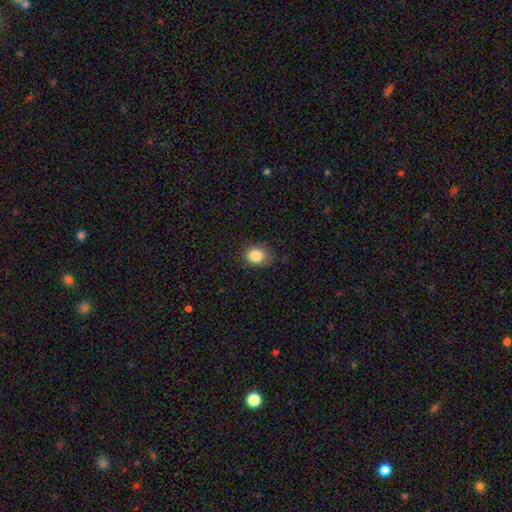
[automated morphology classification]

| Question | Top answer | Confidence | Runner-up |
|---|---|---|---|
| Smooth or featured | smooth | 85% | star or artifact (9%) |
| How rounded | round | 58% | in between (41%) |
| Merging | none | 77% | minor disturbance (18%) |